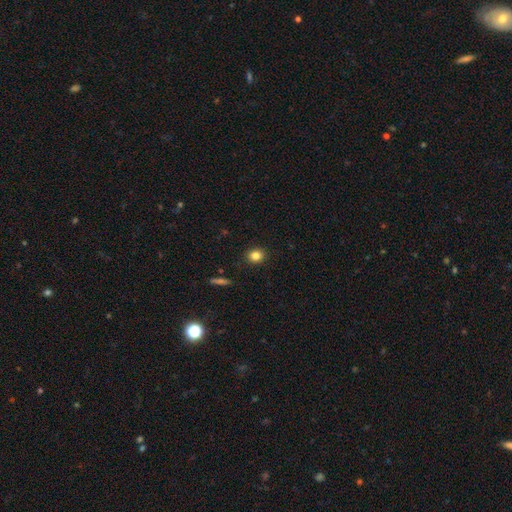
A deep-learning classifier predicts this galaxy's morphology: The model was most divided on "how rounded": round: 79%, in between: 20%, cigar-shaped: 1%. More confident: merging — none (91%); smooth or featured — smooth (83%).